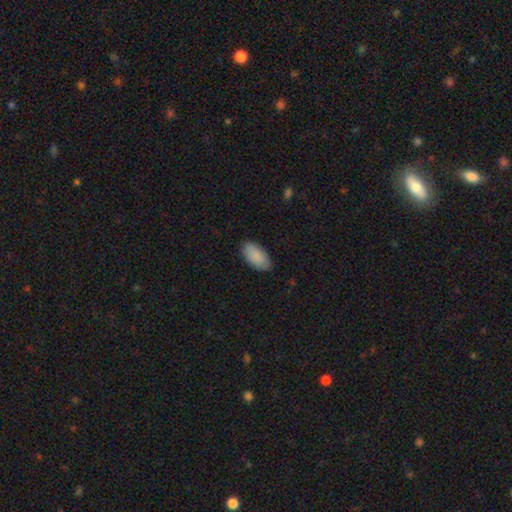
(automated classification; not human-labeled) Q: Smooth or featured?
A: smooth (89%); runner-up: featured or disk (6%)
Q: How rounded?
A: in between (95%); runner-up: cigar-shaped (3%)
Q: Merging?
A: none (84%); runner-up: minor disturbance (13%)